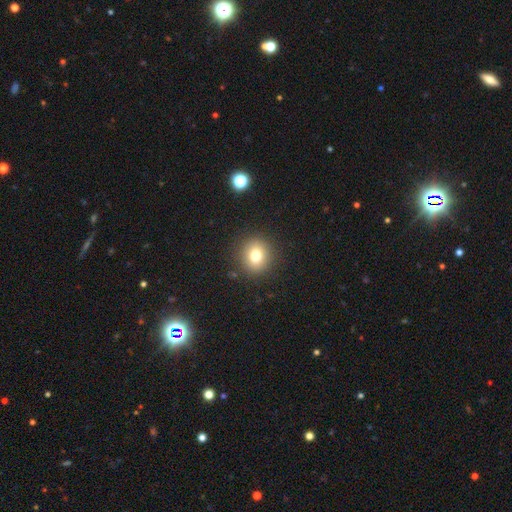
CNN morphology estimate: This appears to be a smooth galaxy with no disk features (76%) that is round (84%). Merging: none (89%).